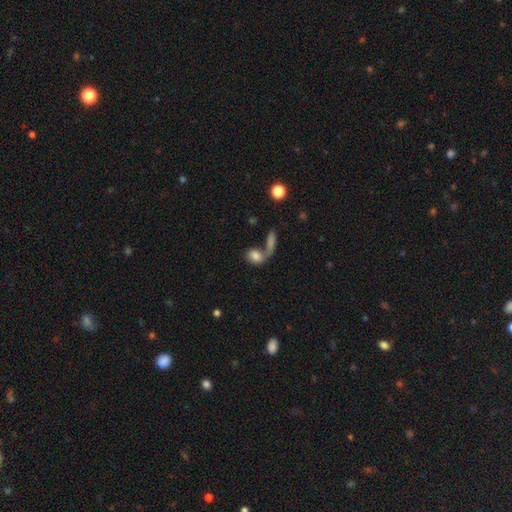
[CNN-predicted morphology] A smooth galaxy with no disk features (76%) that is in between round and cigar-shaped (65%). Merging: merger (49%).